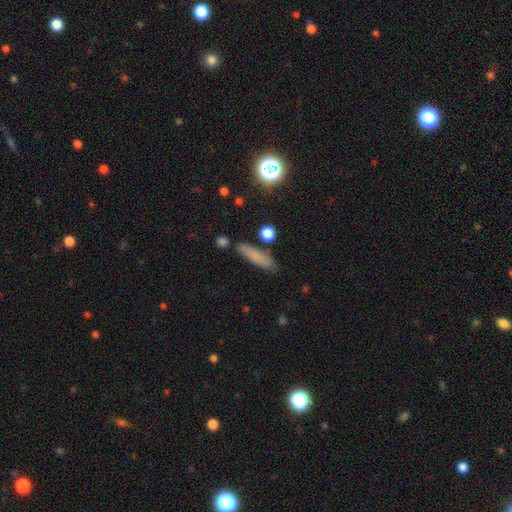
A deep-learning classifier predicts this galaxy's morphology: The model was most divided on "how rounded": cigar-shaped: 73%, in between: 22%, round: 4%. More confident: merging — none (80%); smooth or featured — smooth (72%).